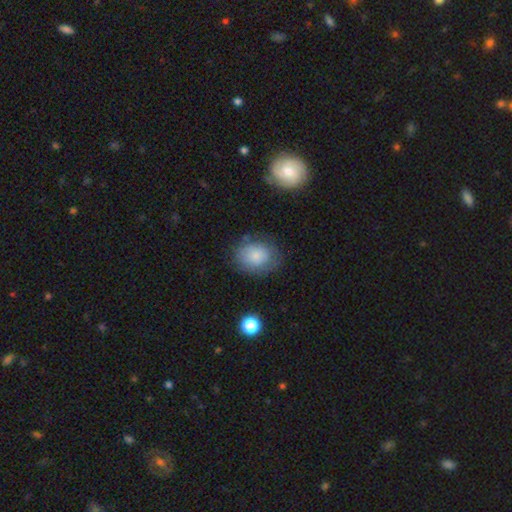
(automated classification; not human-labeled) smooth_or_featured: smooth (p=0.75) [alt: featured or disk p=0.16]
how_rounded: round (p=0.50) [alt: in between p=0.49]
merging: none (p=0.69) [alt: minor disturbance p=0.20]